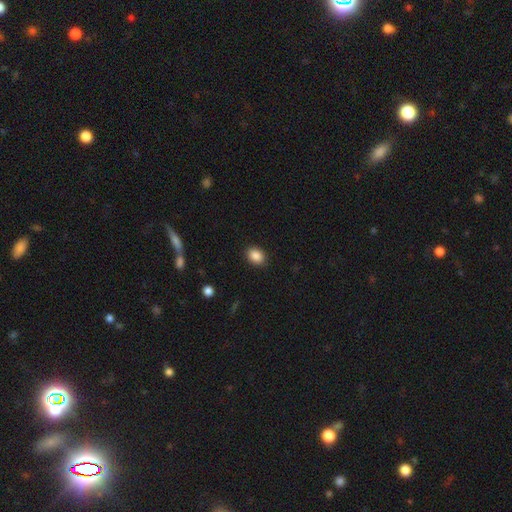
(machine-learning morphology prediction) Q: Smooth or featured?
A: smooth (88%); runner-up: star or artifact (8%)
Q: How rounded?
A: in between (65%); runner-up: round (33%)
Q: Merging?
A: none (90%); runner-up: minor disturbance (7%)